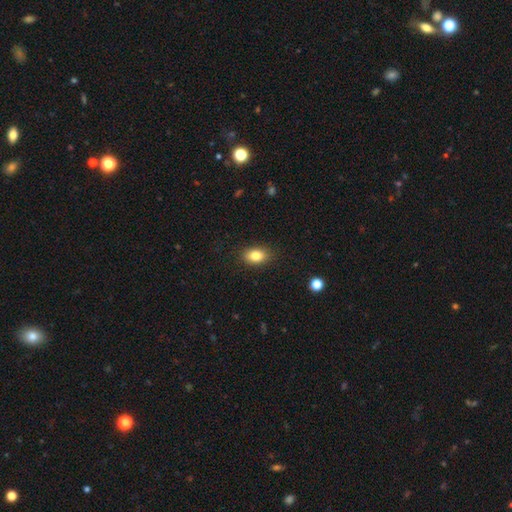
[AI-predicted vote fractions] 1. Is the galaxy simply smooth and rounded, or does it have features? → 84% smooth, 9% star or artifact, 8% featured or disk.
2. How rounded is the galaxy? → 84% in between, 14% round, 2% cigar-shaped.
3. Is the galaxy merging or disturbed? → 87% none, 10% minor disturbance, 3% major disturbance, 1% merger.